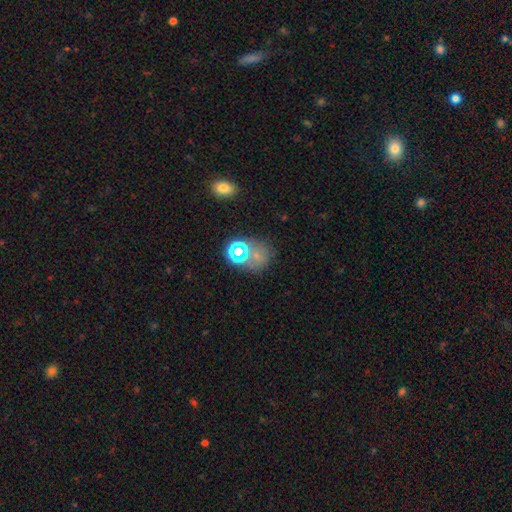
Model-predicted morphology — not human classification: smooth-or-featured: smooth: 45% | star or artifact: 39% | featured or disk: 15%
  merging: none: 54% | minor disturbance: 16% | merger: 15% | major disturbance: 14%